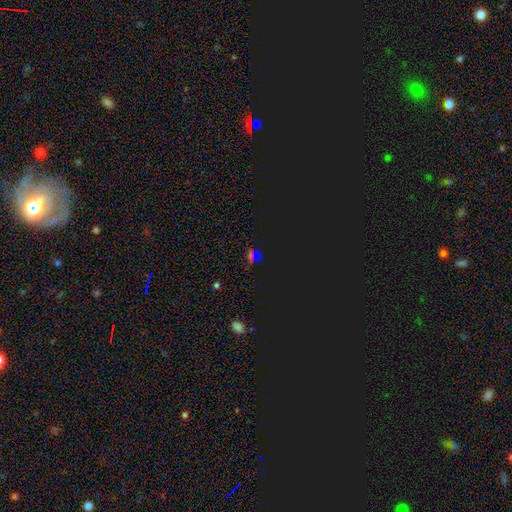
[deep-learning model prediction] This appears to be a star or artifact, not a galaxy (66%).